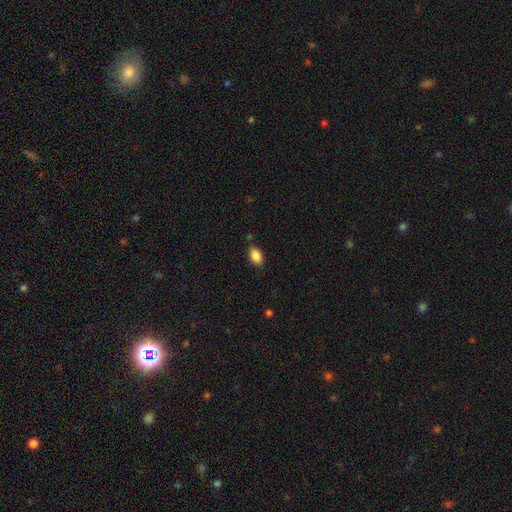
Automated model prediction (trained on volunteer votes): A smooth galaxy with no disk features (86%) that is in between round and cigar-shaped (90%).

Vote fractions:
- Smooth or featured? smooth: 86% / star or artifact: 8% / featured or disk: 6%
- How rounded? in between: 90% / round: 8% / cigar-shaped: 2%
- Merging? none: 82% / minor disturbance: 13% / major disturbance: 3% / merger: 2%